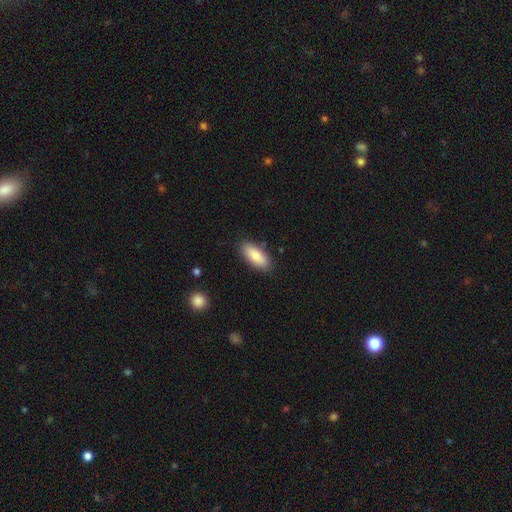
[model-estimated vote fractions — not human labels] Smooth or featured?
  - smooth: 83% *
  - featured or disk: 11%
  - star or artifact: 6%
How rounded?
  - in between: 80% *
  - cigar-shaped: 18%
  - round: 2%
Merging?
  - none: 86% *
  - minor disturbance: 10%
  - major disturbance: 2%
  - merger: 2%